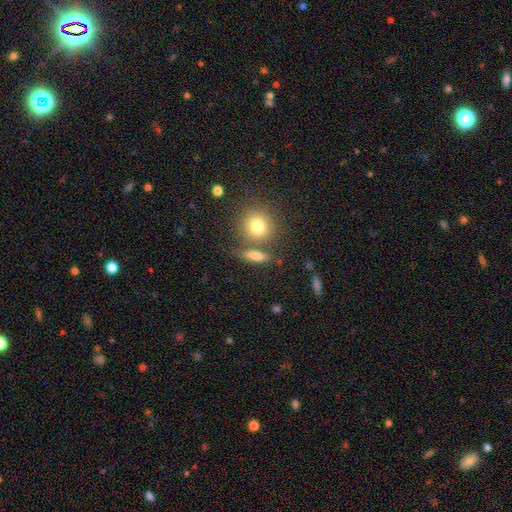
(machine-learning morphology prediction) smooth 77%, featured or disk 13%, star or artifact 11%. Down the decision tree: how rounded — in between (45%); merging — none (67%).